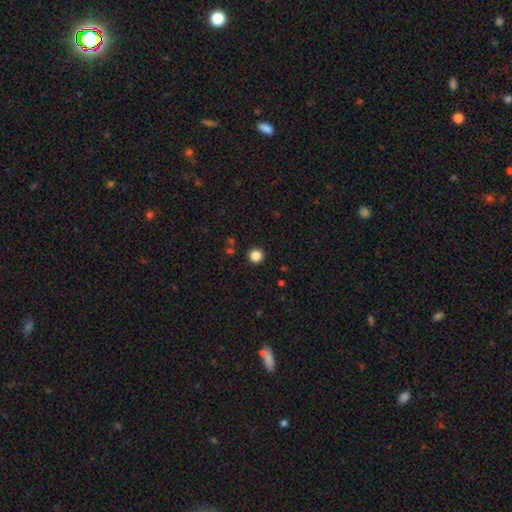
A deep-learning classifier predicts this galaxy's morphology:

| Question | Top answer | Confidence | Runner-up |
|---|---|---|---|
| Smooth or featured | smooth | 85% | star or artifact (12%) |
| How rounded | round | 95% | in between (4%) |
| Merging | none | 92% | minor disturbance (5%) |